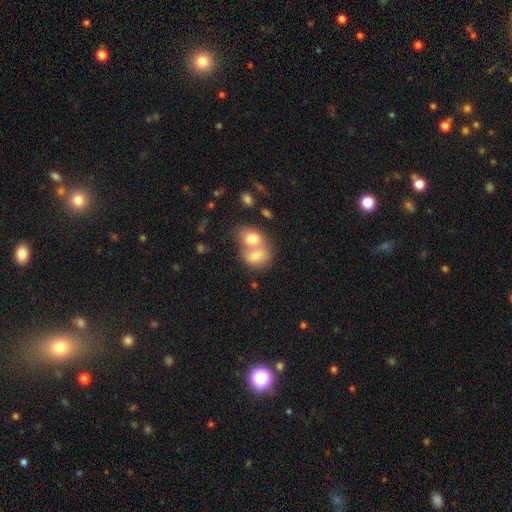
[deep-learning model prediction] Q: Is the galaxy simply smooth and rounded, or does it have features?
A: smooth — 74%.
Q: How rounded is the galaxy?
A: in between — 69%.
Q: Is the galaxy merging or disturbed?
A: merger — 68%.